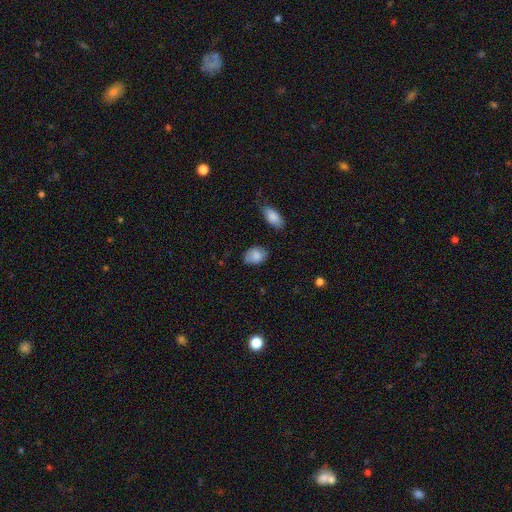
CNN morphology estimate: type=smooth (84%); roundness=in between (80%); merging=none (70%).